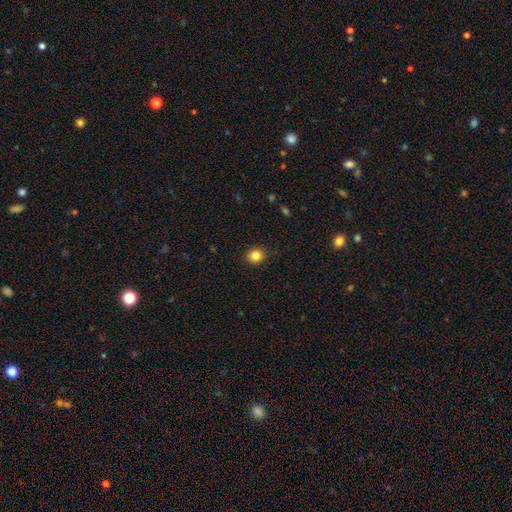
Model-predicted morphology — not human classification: The model was most divided on "how rounded": round: 79%, in between: 20%, cigar-shaped: 1%. More confident: merging — none (88%); smooth or featured — smooth (84%).